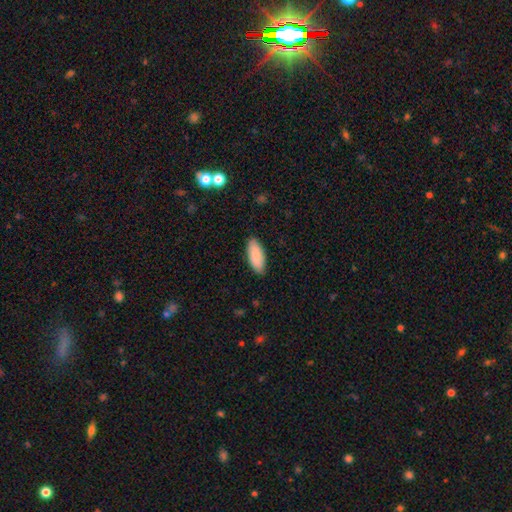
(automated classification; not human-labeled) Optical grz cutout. It shows a smooth galaxy with no disk features (89%) that is in between round and cigar-shaped (84%). Merging: none (86%).